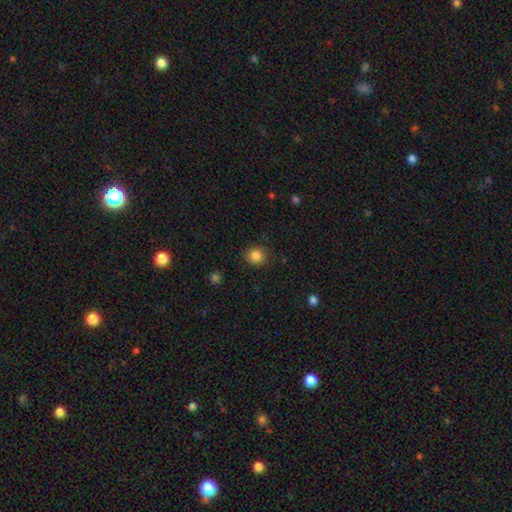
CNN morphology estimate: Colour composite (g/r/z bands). It shows a smooth galaxy with no disk features (85%) that is round (86%). Merging: none (89%).